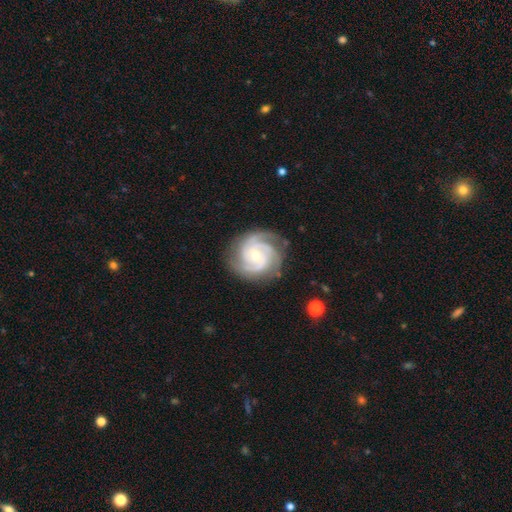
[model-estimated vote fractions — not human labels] A featured or disk galaxy (92%) with no bar (66%), 3 (52%) tight (69%) spiral arms (98%) and a small central bulge (52%).

Vote fractions:
- Smooth or featured? featured or disk: 92% / smooth: 4% / star or artifact: 4%
- Edge-on disk? no: 98% / yes: 2%
- Bar? no: 66% / weak: 27% / strong: 7%
- Spiral arms? yes: 98% / no: 2%
- Spiral winding? tight: 69% / medium: 28% / loose: 3%
- Spiral arm count? 3: 52% / 2: 20% / 4: 10% / can't tell: 9% / more than 4: 5% / 1: 5%
- Bulge size? small: 52% / moderate: 45% / large: 1% / none: 1% / dominant: 1%
- Merging? none: 81% / minor disturbance: 14% / major disturbance: 4% / merger: 1%